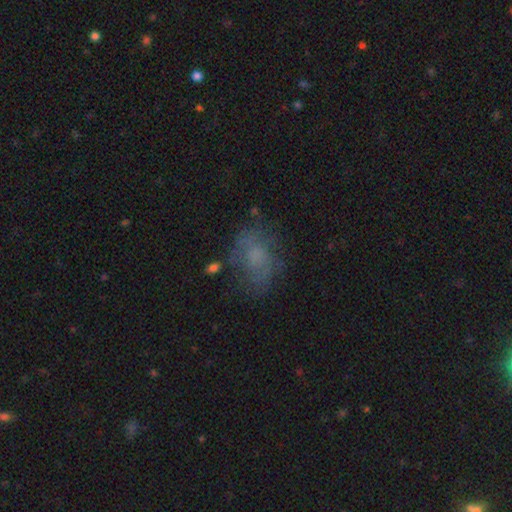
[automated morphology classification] The model was most divided on "smooth or featured": smooth: 50%, featured or disk: 34%, star or artifact: 16%. More confident: merging — none (57%).